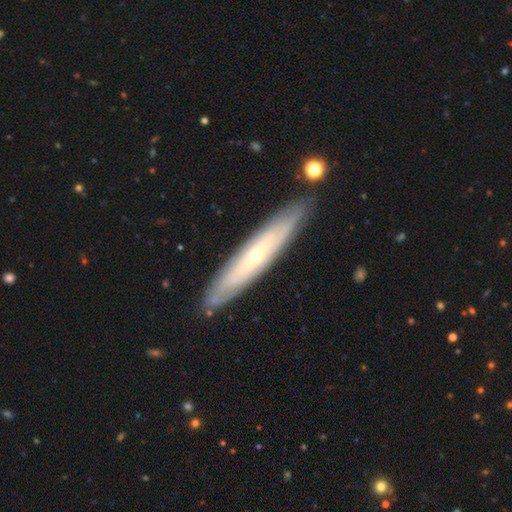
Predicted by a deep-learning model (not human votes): Smooth or featured? Predicted: featured or disk (p=0.70). Edge-on disk? Predicted: yes (p=0.58). Merging? Predicted: none (p=0.86).